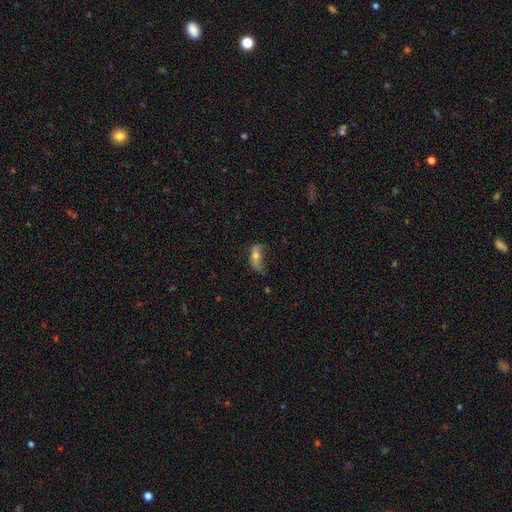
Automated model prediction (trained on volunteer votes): smooth 54%, featured or disk 36%, star or artifact 11%. Down the decision tree: how rounded — in between (73%); merging — major disturbance (35%).